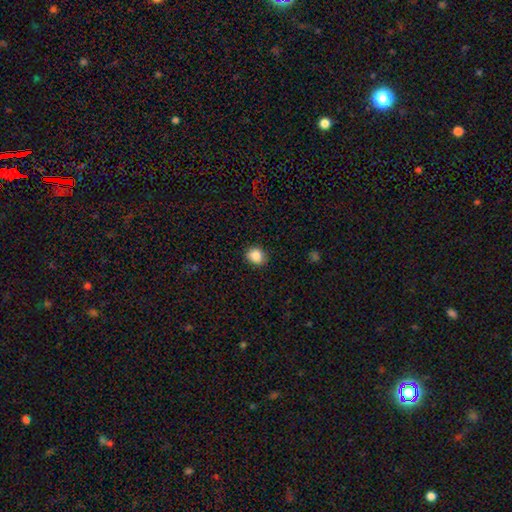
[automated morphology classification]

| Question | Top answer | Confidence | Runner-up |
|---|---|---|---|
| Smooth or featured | smooth | 87% | star or artifact (9%) |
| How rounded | round | 64% | in between (35%) |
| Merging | none | 88% | minor disturbance (9%) |